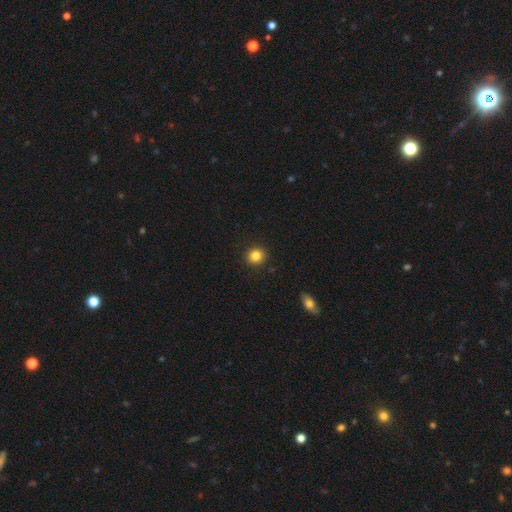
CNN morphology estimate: smooth 84%, star or artifact 11%, featured or disk 5%. Down the decision tree: how rounded — round (88%); merging — none (92%).